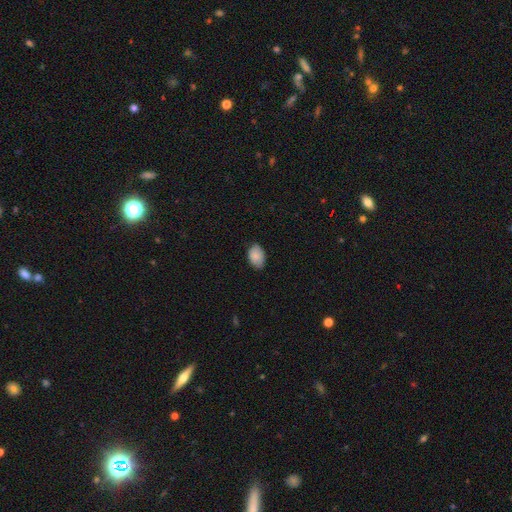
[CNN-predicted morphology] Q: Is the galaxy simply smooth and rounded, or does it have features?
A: smooth — 88%.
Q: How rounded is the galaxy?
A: in between — 87%.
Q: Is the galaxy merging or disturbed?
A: none — 78%.